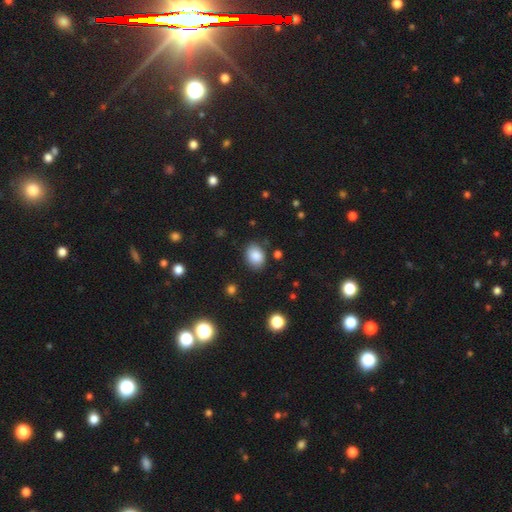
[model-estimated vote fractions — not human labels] This appears to be a smooth galaxy with no disk features (86%) that is in between round and cigar-shaped (68%). Merging: none (81%).